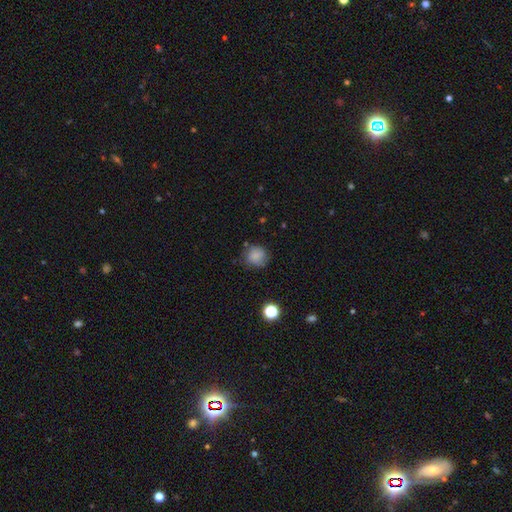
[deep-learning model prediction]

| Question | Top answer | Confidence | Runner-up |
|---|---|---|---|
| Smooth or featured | smooth | 80% | star or artifact (11%) |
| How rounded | round | 83% | in between (17%) |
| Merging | none | 68% | minor disturbance (22%) |